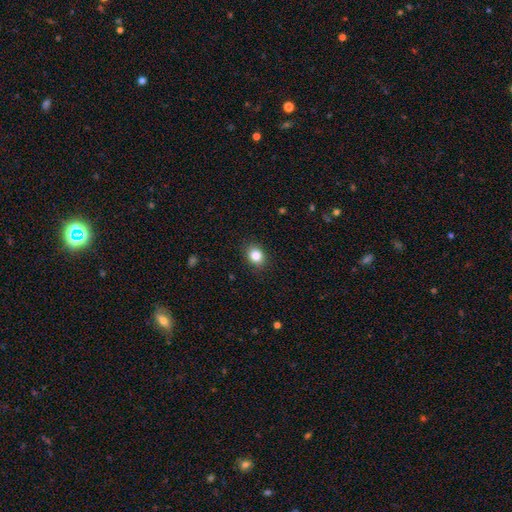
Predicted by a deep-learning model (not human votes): smooth 85%, star or artifact 10%, featured or disk 5%. Down the decision tree: how rounded — round (53%); merging — none (87%).